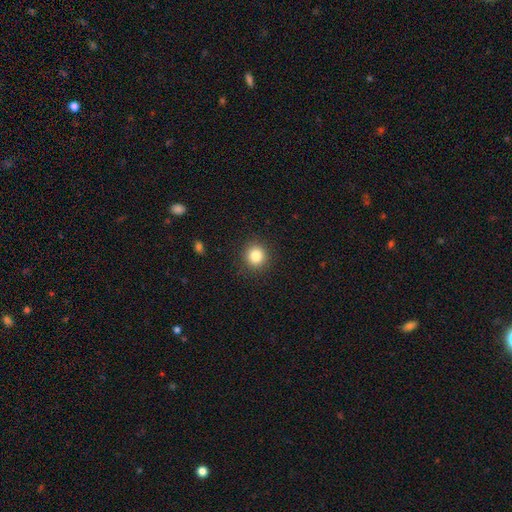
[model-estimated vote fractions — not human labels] Morphology: type=smooth (84%); roundness=round (90%); merging=none (91%).